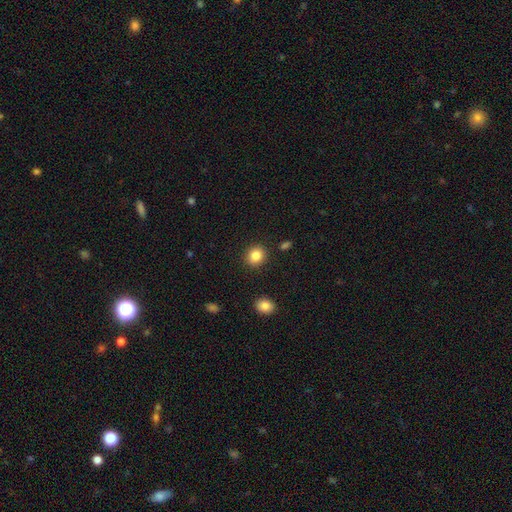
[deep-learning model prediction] Overall: smooth (85%). How rounded: round (83%). Merging: none (90%).